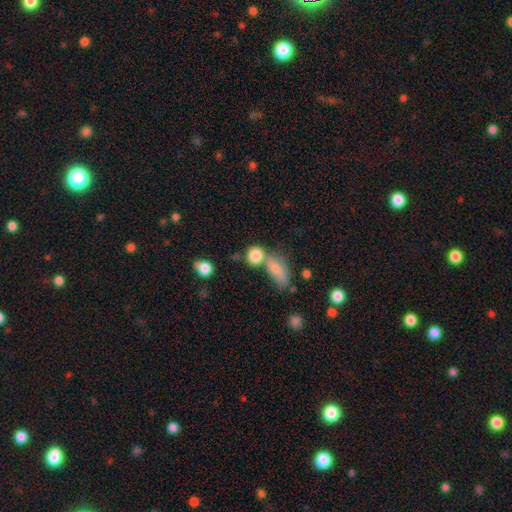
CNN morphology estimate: Overall: smooth (83%). How rounded: round (72%). Merging: none (47%; merger 38%).